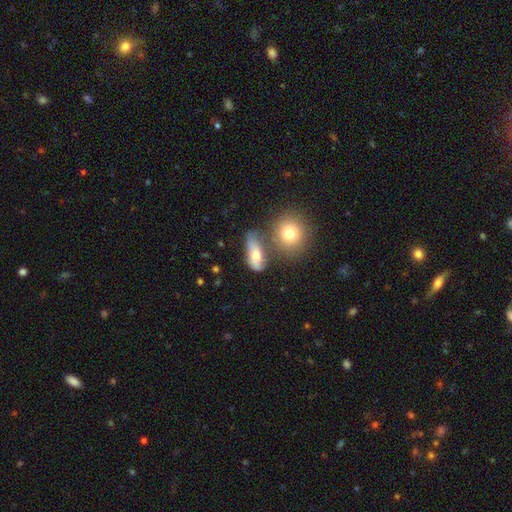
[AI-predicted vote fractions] smooth 68%, featured or disk 22%, star or artifact 10%. Down the decision tree: how rounded — in between (71%); merging — none (45%).